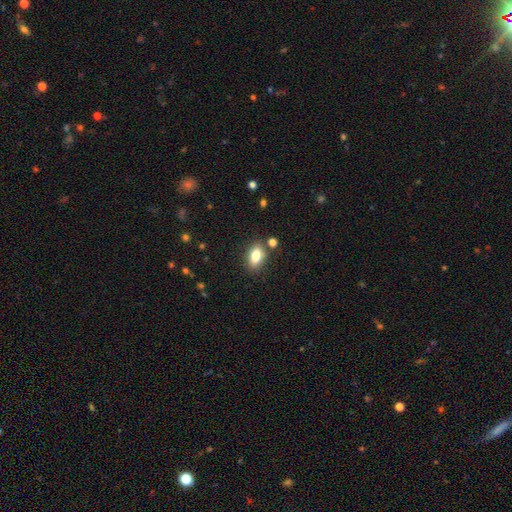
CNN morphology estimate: smooth 81%, featured or disk 10%, star or artifact 9%. Down the decision tree: how rounded — in between (87%); merging — none (81%).